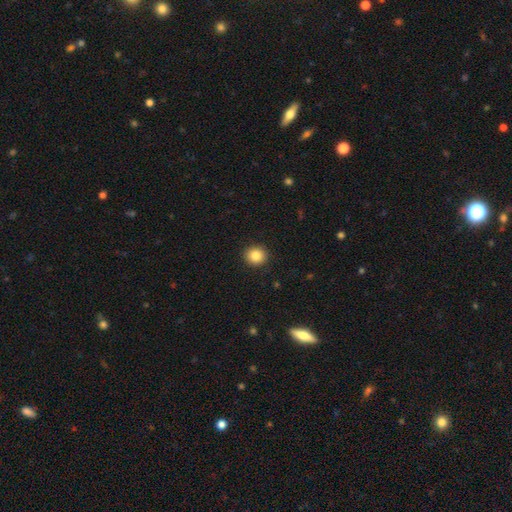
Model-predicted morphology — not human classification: Smooth or featured? Predicted: smooth (p=0.85). How rounded? Predicted: round (p=0.88). Merging? Predicted: none (p=0.92).